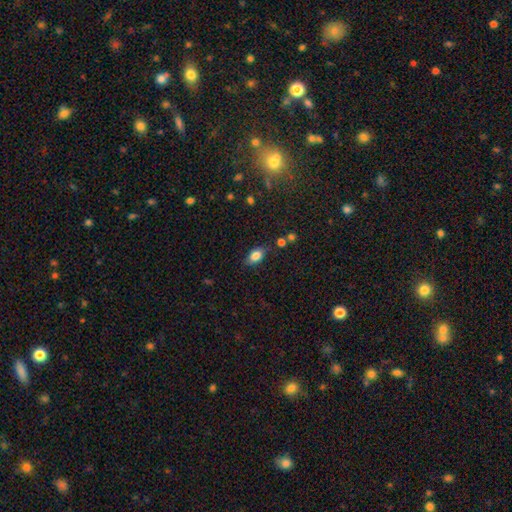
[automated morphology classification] Smooth or featured: smooth — 82% (star or artifact — 9%)
How rounded: in between — 86% (round — 11%)
Merging: none — 80% (minor disturbance — 14%)